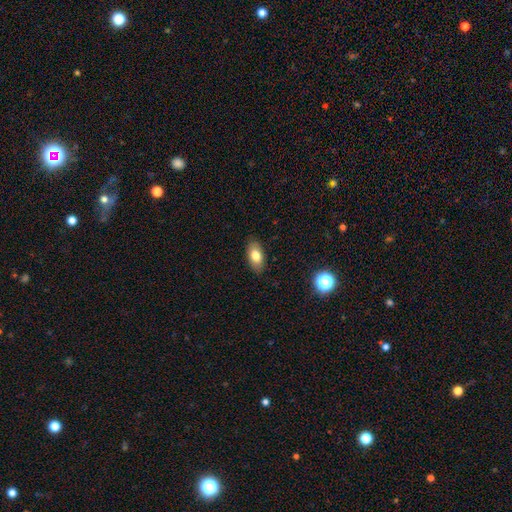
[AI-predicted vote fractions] Q: Smooth or featured?
A: smooth (78%); runner-up: featured or disk (14%)
Q: How rounded?
A: in between (90%); runner-up: round (5%)
Q: Merging?
A: none (88%); runner-up: minor disturbance (9%)